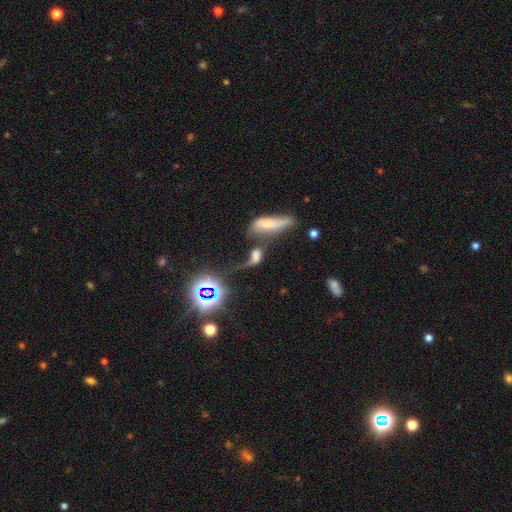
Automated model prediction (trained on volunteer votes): A smooth galaxy with no disk features (49%).

Vote fractions:
- Smooth or featured? smooth: 49% / featured or disk: 27% / star or artifact: 24%
- Merging? merger: 49% / major disturbance: 20% / none: 20% / minor disturbance: 12%